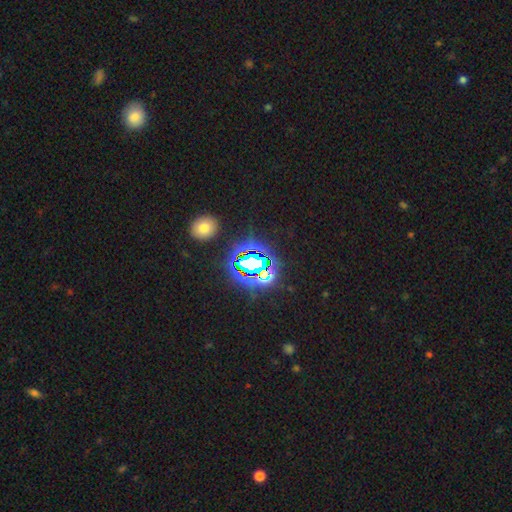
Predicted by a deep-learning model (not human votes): smooth-or-featured: star or artifact: 75% | smooth: 16% | featured or disk: 10%